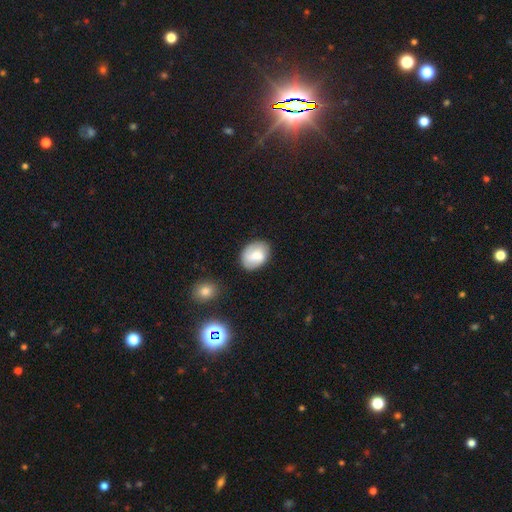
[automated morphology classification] Smooth or featured? smooth (62%)
How rounded? in between (68%)
Merging? none (76%)